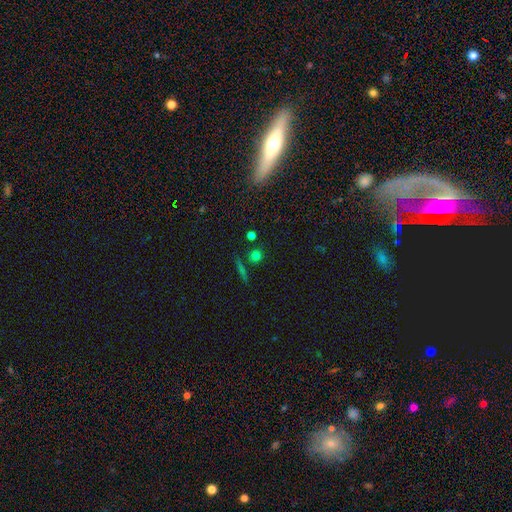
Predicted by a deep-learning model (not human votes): Q: Smooth or featured?
A: smooth (71%); runner-up: star or artifact (20%)
Q: How rounded?
A: round (89%); runner-up: in between (8%)
Q: Merging?
A: none (80%); runner-up: merger (9%)